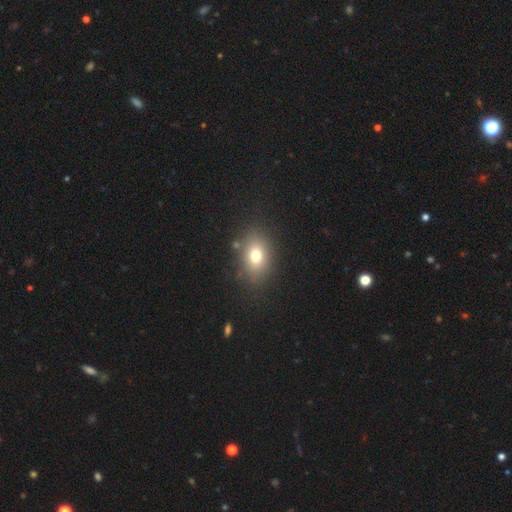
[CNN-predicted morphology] Smooth or featured? smooth (74%)
How rounded? in between (71%)
Merging? none (83%)